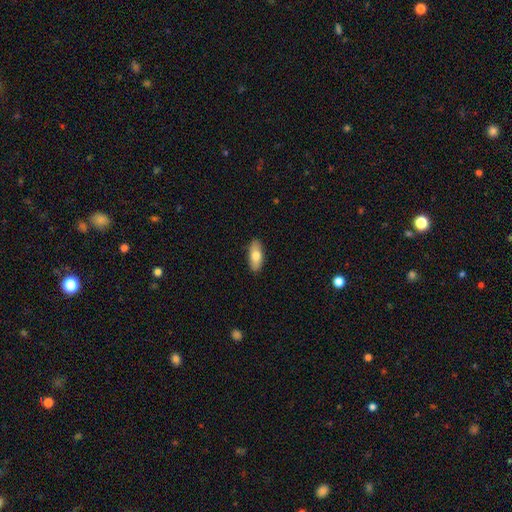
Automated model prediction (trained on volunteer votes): This appears to be a smooth galaxy with no disk features (76%) that is in between round and cigar-shaped (81%). Merging: none (89%).